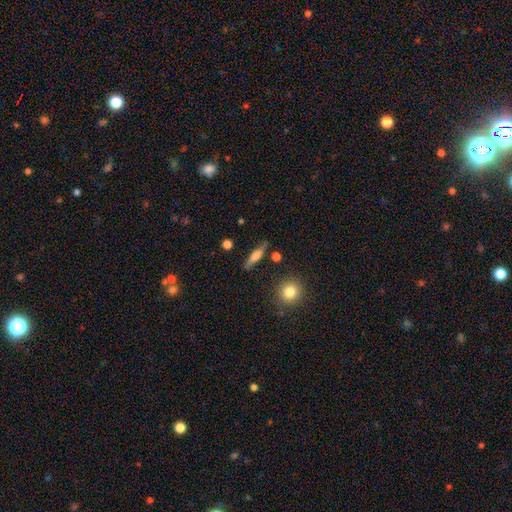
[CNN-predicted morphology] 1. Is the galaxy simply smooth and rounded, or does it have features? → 56% smooth, 36% featured or disk, 8% star or artifact.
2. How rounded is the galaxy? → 70% cigar-shaped, 24% in between, 5% round.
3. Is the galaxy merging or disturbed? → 78% none, 14% minor disturbance, 4% major disturbance, 3% merger.